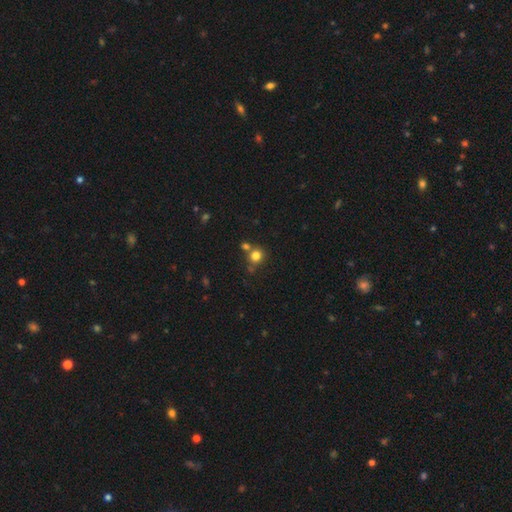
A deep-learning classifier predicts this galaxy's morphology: A smooth galaxy with no disk features (80%) that is round (84%). Merging: none (64%).